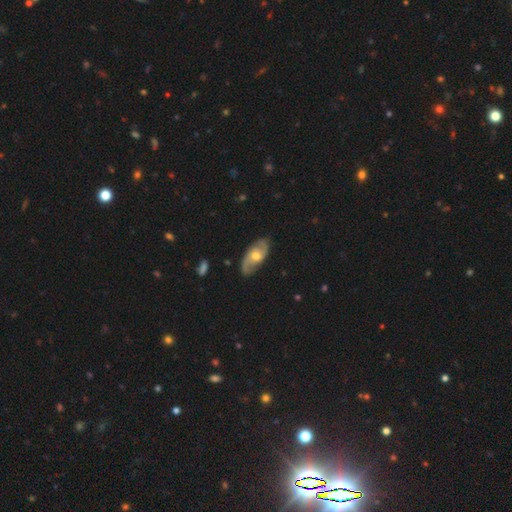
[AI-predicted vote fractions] featured or disk 72%, smooth 22%, star or artifact 5%. Down the decision tree: edge-on disk — no (92%); bar — no (65%); spiral arms — yes (88%); spiral arm count — 2 (81%); spiral winding — medium (45%); bulge size — moderate (72%); merging — none (80%).